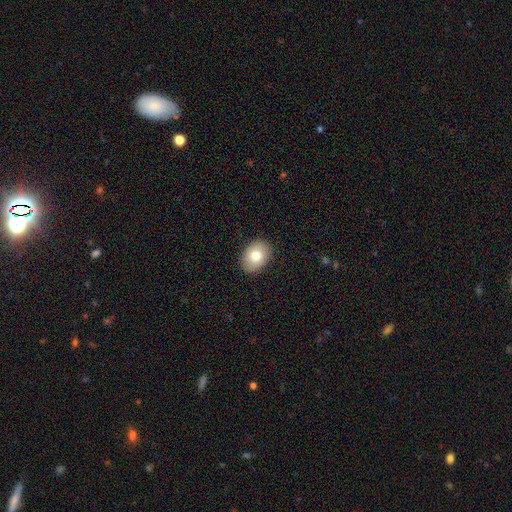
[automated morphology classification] Smooth or featured? smooth (80%)
How rounded? in between (77%)
Merging? none (90%)